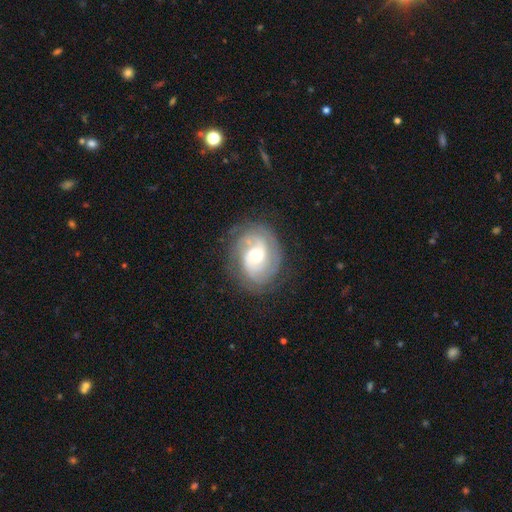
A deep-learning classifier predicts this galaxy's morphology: A featured or disk galaxy (83%) with no bar (61%), 2 (40%) tight (57%) spiral arms (95%) and a moderate central bulge (56%). Merging: none (76%).